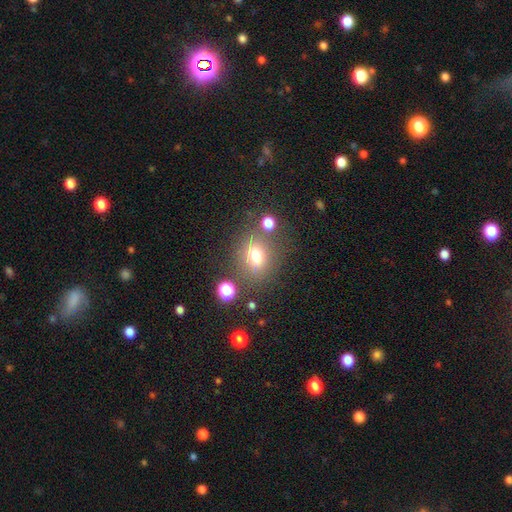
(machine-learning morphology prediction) smooth 66%, star or artifact 19%, featured or disk 16%. Down the decision tree: how rounded — round (65%); merging — none (73%).